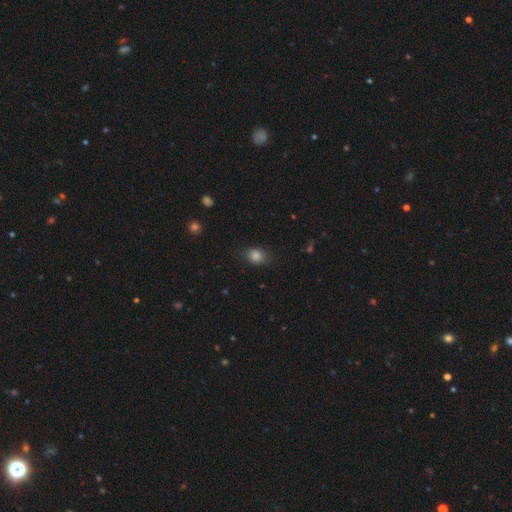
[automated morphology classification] Smooth or featured? Predicted: smooth (p=0.84). How rounded? Predicted: in between (p=0.61). Merging? Predicted: none (p=0.79).